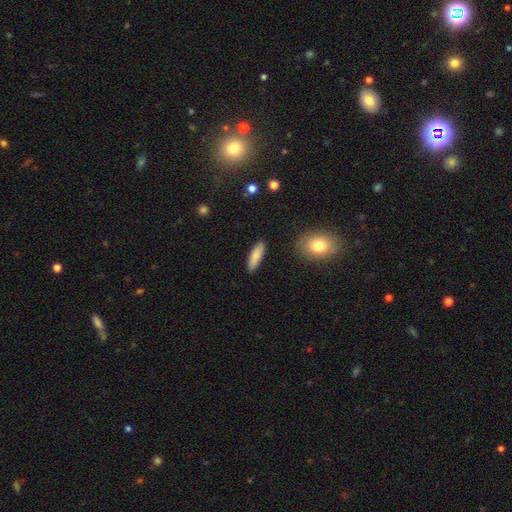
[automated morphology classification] The model was most divided on "how rounded": cigar-shaped: 52%, in between: 46%, round: 2%. More confident: merging — none (88%); smooth or featured — smooth (84%).